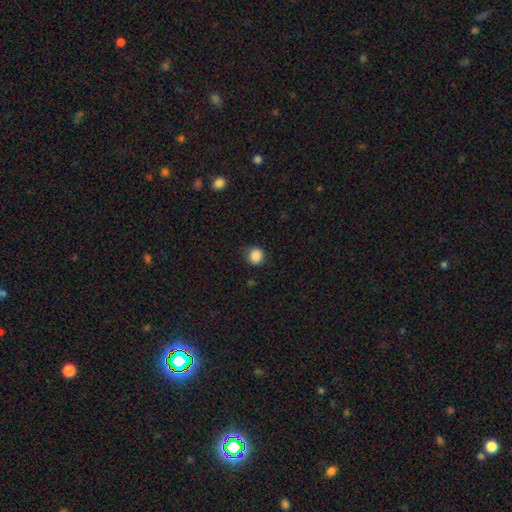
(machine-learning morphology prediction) Q: Smooth or featured?
A: smooth (87%); runner-up: star or artifact (10%)
Q: How rounded?
A: round (87%); runner-up: in between (12%)
Q: Merging?
A: none (83%); runner-up: minor disturbance (13%)